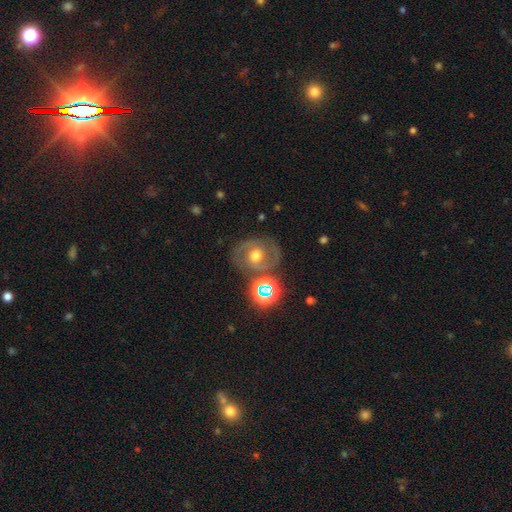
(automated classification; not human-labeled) The model was most divided on "spiral winding": medium: 49%, tight: 38%, loose: 12%. More confident: edge-on disk — no (97%); spiral arm count — 2 (84%); spiral arms — yes (82%); merging — none (74%); bulge size — moderate (70%); smooth or featured — featured or disk (65%); bar — no (59%).